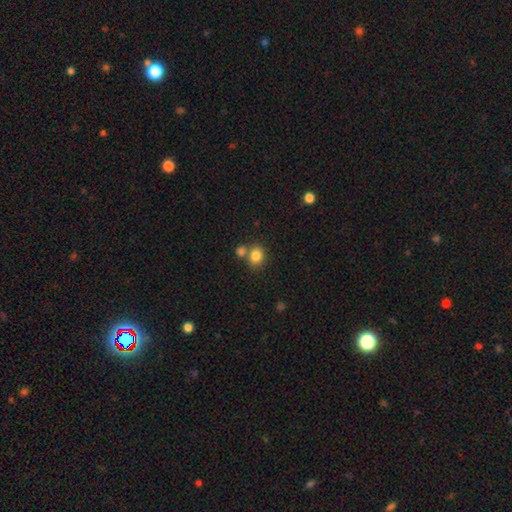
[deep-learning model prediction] Overall: smooth (83%). How rounded: round (69%; in between 30%). Merging: none (60%; merger 27%).